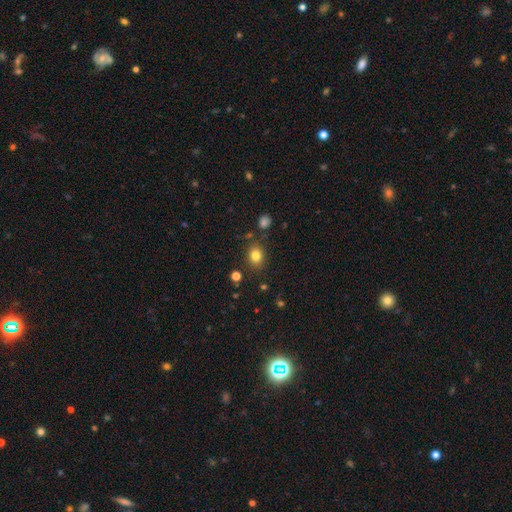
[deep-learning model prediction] Overall: smooth (81%). How rounded: in between (51%; round 48%). Merging: none (82%).